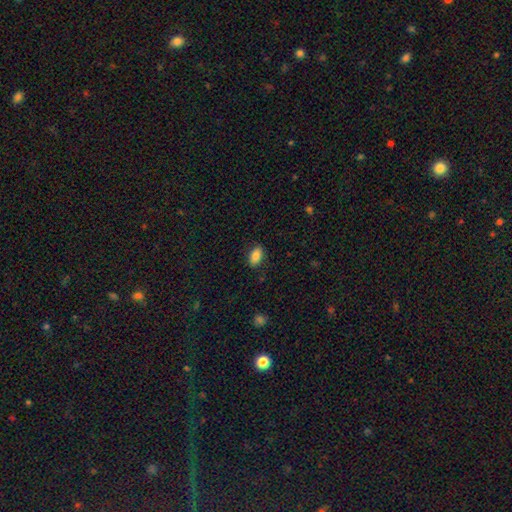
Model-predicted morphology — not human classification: Smooth or featured? Predicted: smooth (p=0.85). How rounded? Predicted: in between (p=0.90). Merging? Predicted: none (p=0.86).